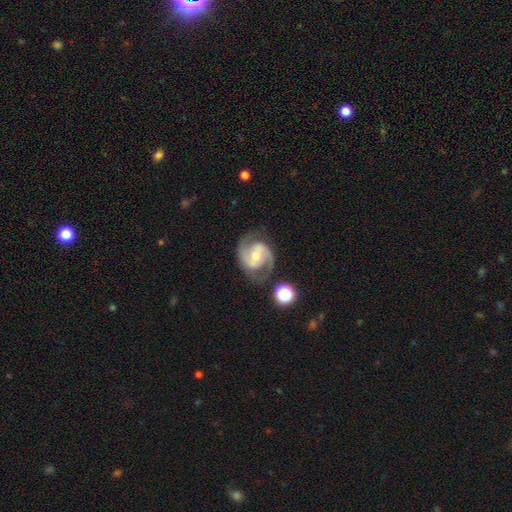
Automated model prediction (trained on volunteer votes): A featured or disk galaxy (89%) with a weak bar (44%), 2 (92%) medium (59%) spiral arms (97%) and a moderate central bulge (55%). Merging: none (78%).